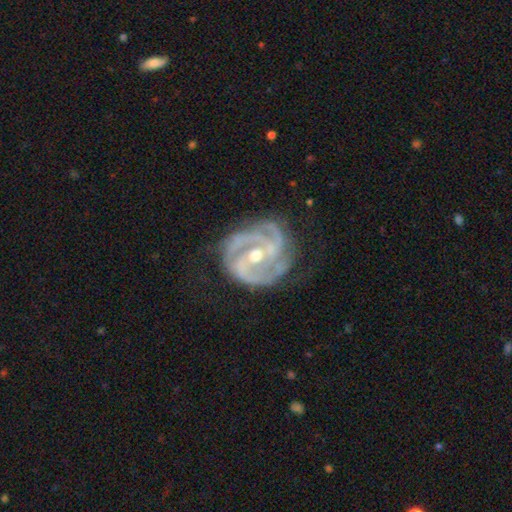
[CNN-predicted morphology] Overall: featured or disk (91%). Edge-on disk: no (98%). Bar: no (49%; weak 35%). Spiral arms: yes (98%). Spiral arm count: 3 (46%; 2 23%). Spiral winding: tight (61%; medium 34%). Bulge size: moderate (70%). Merging: none (69%).